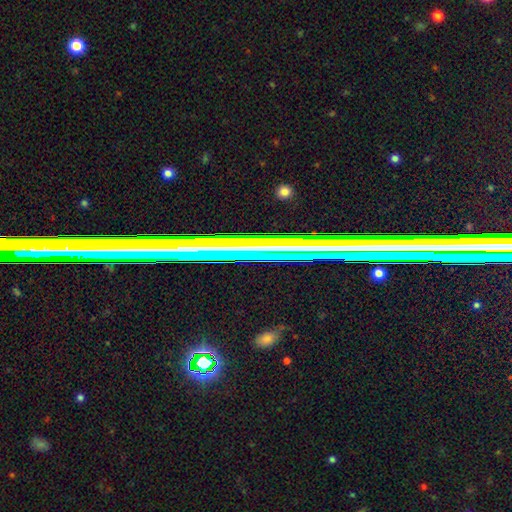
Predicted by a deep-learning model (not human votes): Morphology: type=star or artifact (51%).